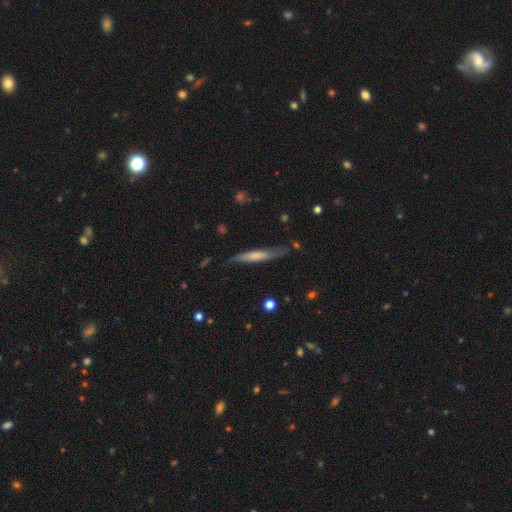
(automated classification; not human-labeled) Smooth or featured?
  - smooth: 55% *
  - featured or disk: 39%
  - star or artifact: 6%
How rounded?
  - cigar-shaped: 90% *
  - in between: 8%
  - round: 2%
Merging?
  - none: 71% *
  - minor disturbance: 21%
  - major disturbance: 5%
  - merger: 3%